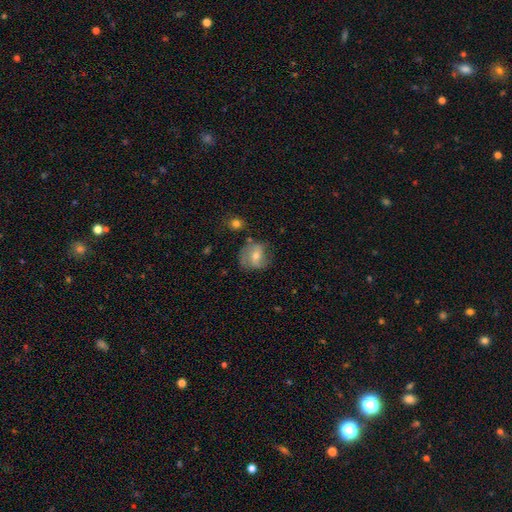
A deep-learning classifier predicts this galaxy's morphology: Smooth or featured? featured or disk (50%)
Merging? none (63%)